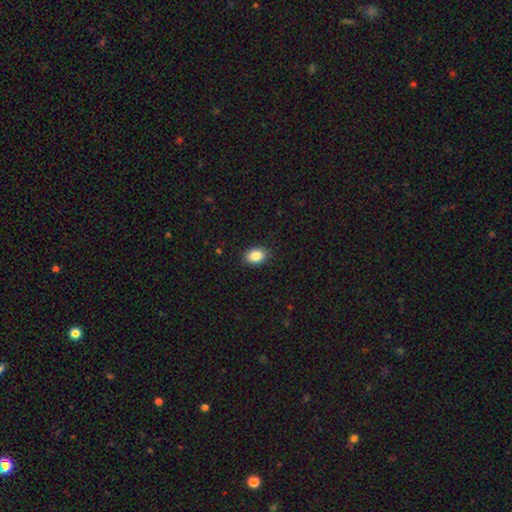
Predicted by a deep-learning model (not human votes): A smooth galaxy with no disk features (87%) that is in between round and cigar-shaped (75%). Merging: none (89%).